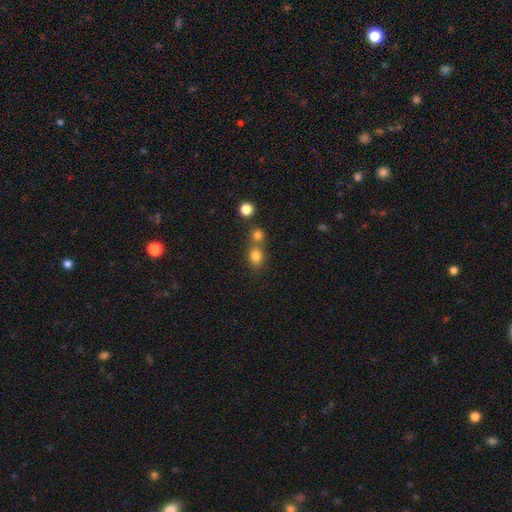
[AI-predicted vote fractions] Smooth or featured?
  - smooth: 80% *
  - star or artifact: 13%
  - featured or disk: 7%
How rounded?
  - round: 61% *
  - in between: 38%
  - cigar-shaped: 1%
Merging?
  - none: 50% *
  - merger: 38%
  - minor disturbance: 9%
  - major disturbance: 3%